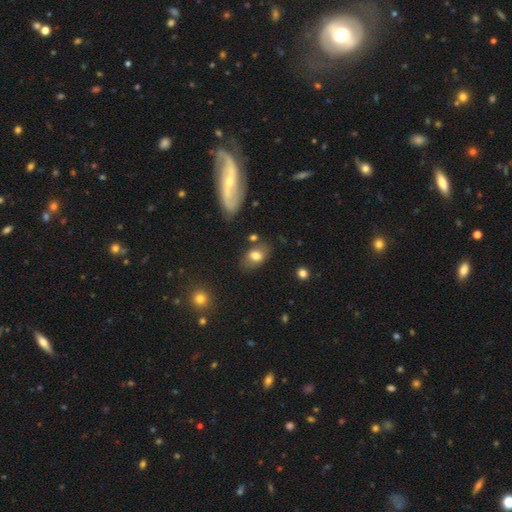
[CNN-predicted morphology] Smooth or featured: smooth — 75% (featured or disk — 16%)
How rounded: in between — 81% (round — 17%)
Merging: none — 67% (minor disturbance — 20%)